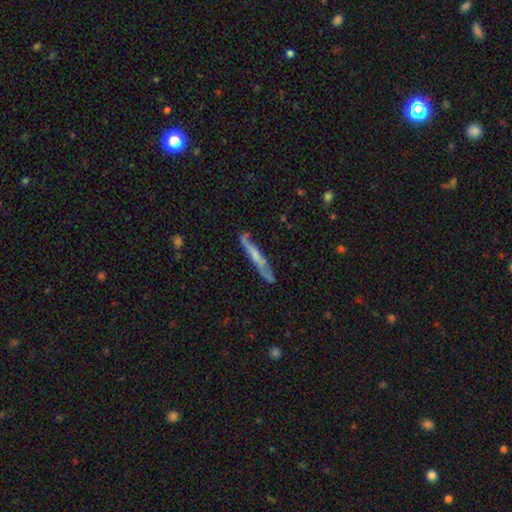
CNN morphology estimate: smooth-or-featured: featured or disk: 56% | smooth: 38% | star or artifact: 6%
  disk-edge-on: yes: 83% | no: 17%
  merging: none: 73% | minor disturbance: 19% | major disturbance: 5% | merger: 3%